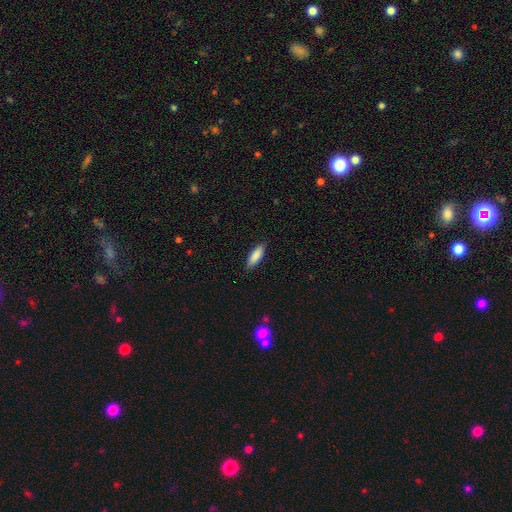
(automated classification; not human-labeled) Morphology: type=smooth (87%); roundness=in between (57%); merging=none (87%).